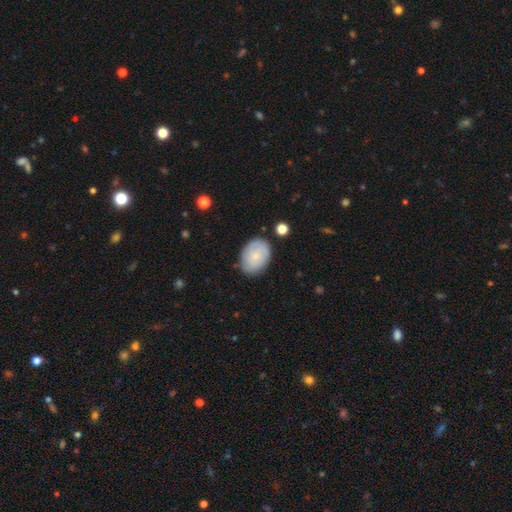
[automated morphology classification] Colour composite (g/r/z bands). It shows a smooth galaxy with no disk features (67%) that is in between round and cigar-shaped (77%). Merging: none (79%).